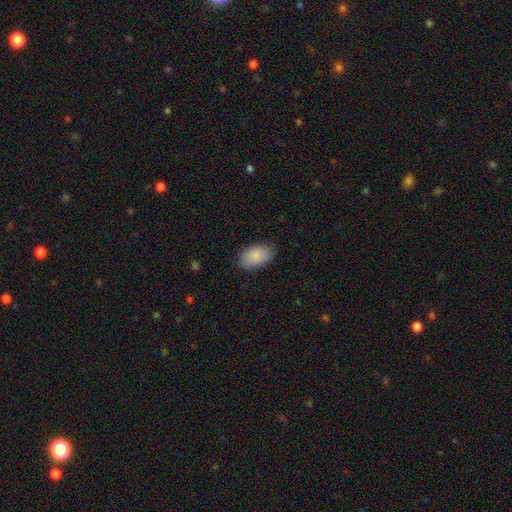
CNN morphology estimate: A smooth galaxy with no disk features (88%) that is in between round and cigar-shaped (93%).

Vote fractions:
- Smooth or featured? smooth: 88% / star or artifact: 6% / featured or disk: 5%
- How rounded? in between: 93% / round: 5% / cigar-shaped: 1%
- Merging? none: 85% / minor disturbance: 12% / major disturbance: 3% / merger: 1%